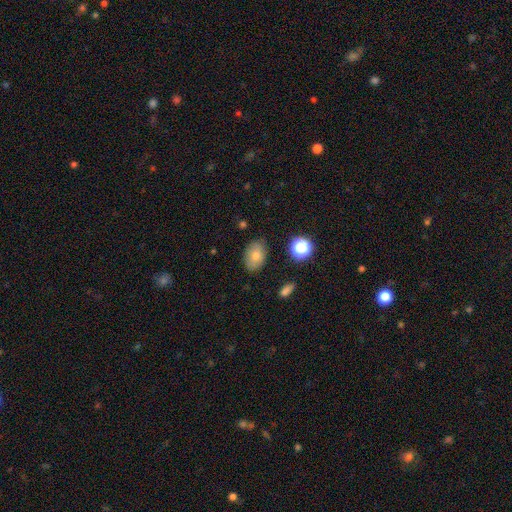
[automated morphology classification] The model was most divided on "smooth or featured": smooth: 76%, featured or disk: 14%, star or artifact: 10%. More confident: how rounded — in between (83%); merging — none (81%).